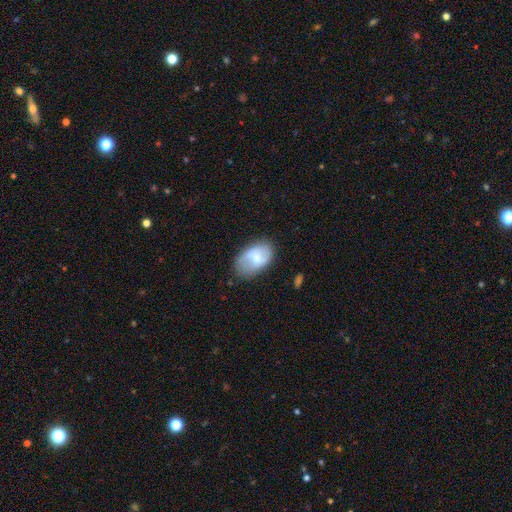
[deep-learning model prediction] The model was most divided on "smooth or featured": smooth: 63%, featured or disk: 30%, star or artifact: 7%. More confident: how rounded — in between (91%); merging — none (68%).